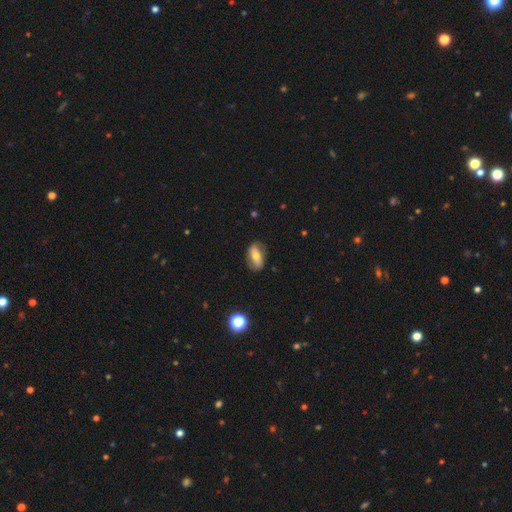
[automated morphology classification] A smooth galaxy with no disk features (54%) that is in between round and cigar-shaped (86%).

Vote fractions:
- Smooth or featured? smooth: 54% / featured or disk: 38% / star or artifact: 8%
- How rounded? in between: 86% / round: 8% / cigar-shaped: 6%
- Merging? none: 78% / minor disturbance: 16% / major disturbance: 5% / merger: 1%